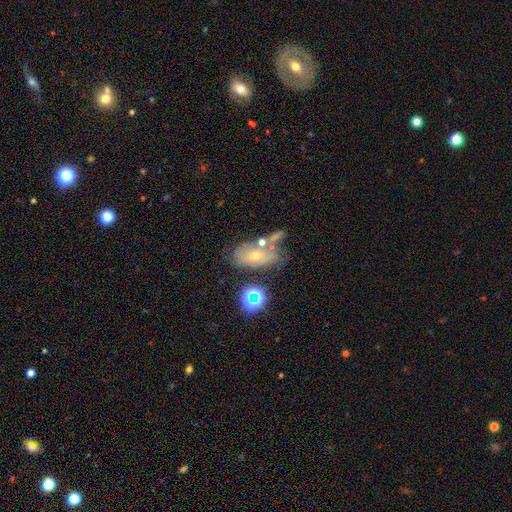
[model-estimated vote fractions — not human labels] smooth_or_featured: smooth (p=0.45) [alt: featured or disk p=0.38]
merging: none (p=0.44) [alt: minor disturbance p=0.23]